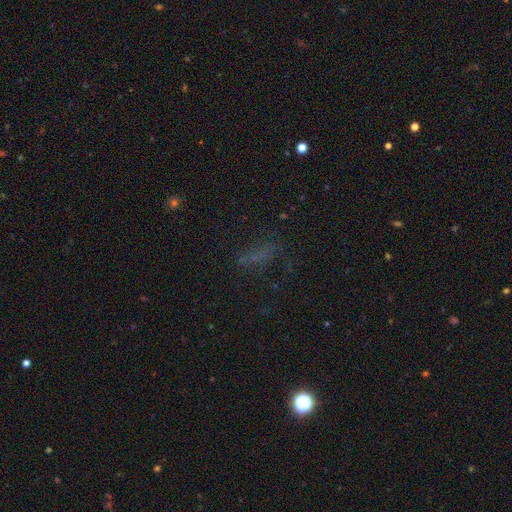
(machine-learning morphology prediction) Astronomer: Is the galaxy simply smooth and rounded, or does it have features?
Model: smooth — 44% (runner-up: star or artifact, 36%).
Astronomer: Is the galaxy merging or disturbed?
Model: none — 60%.